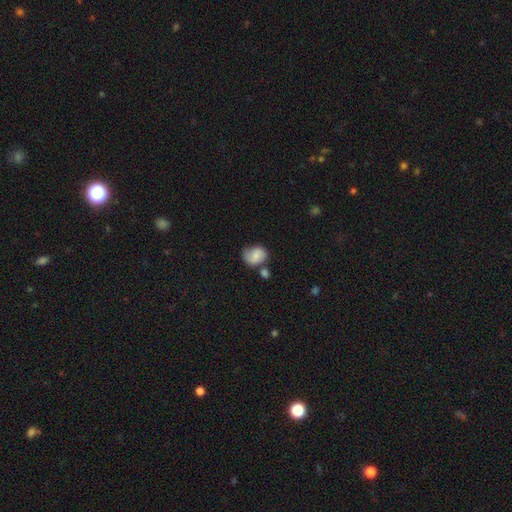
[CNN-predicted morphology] Overall: smooth (74%). How rounded: round (51%; in between 48%). Merging: none (52%; minor disturbance 26%).